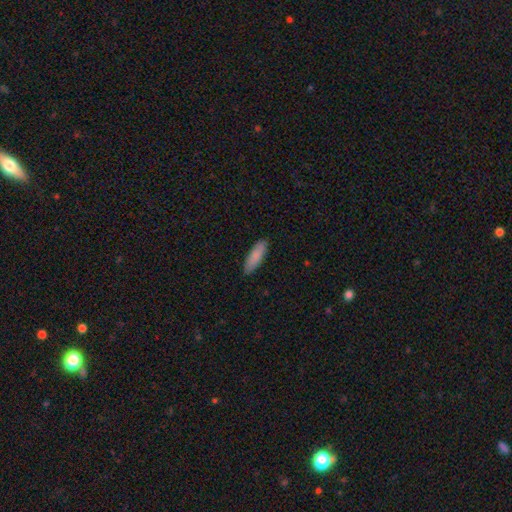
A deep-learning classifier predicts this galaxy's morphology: Smooth or featured: smooth — 85% (featured or disk — 9%)
How rounded: cigar-shaped — 50% (in between — 48%)
Merging: none — 87% (minor disturbance — 10%)